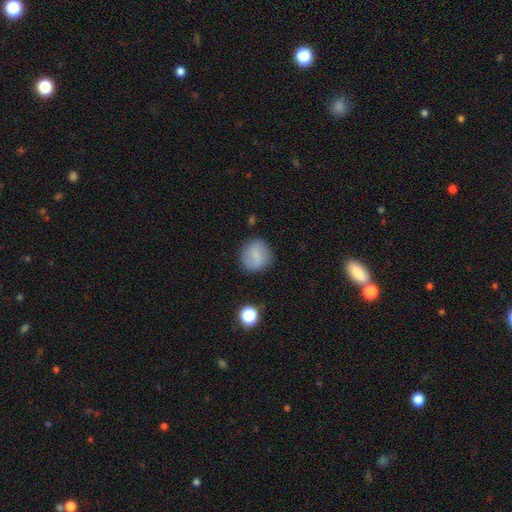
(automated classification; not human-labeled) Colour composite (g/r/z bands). It shows a smooth galaxy with no disk features (77%) that is round (87%). Merging: none (81%).